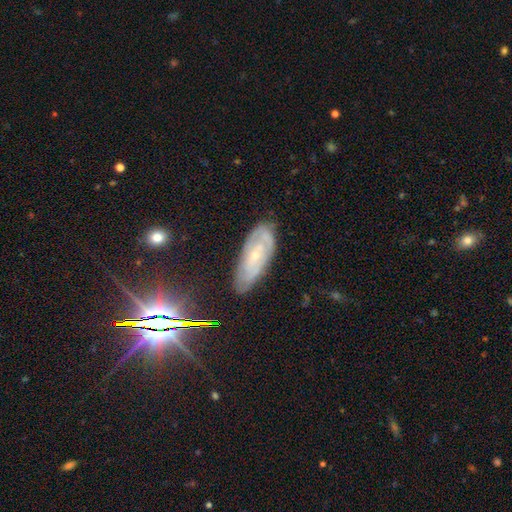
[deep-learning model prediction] Smooth or featured?
  - featured or disk: 68% *
  - smooth: 22%
  - star or artifact: 10%
Edge-on disk?
  - no: 86% *
  - yes: 14%
Bar?
  - no: 64% *
  - weak: 27%
  - strong: 9%
Spiral arms?
  - yes: 80% *
  - no: 20%
Bulge size?
  - small: 77% *
  - moderate: 19%
  - none: 2%
  - large: 1%
  - dominant: 1%
Merging?
  - none: 76% *
  - minor disturbance: 19%
  - major disturbance: 4%
  - merger: 2%